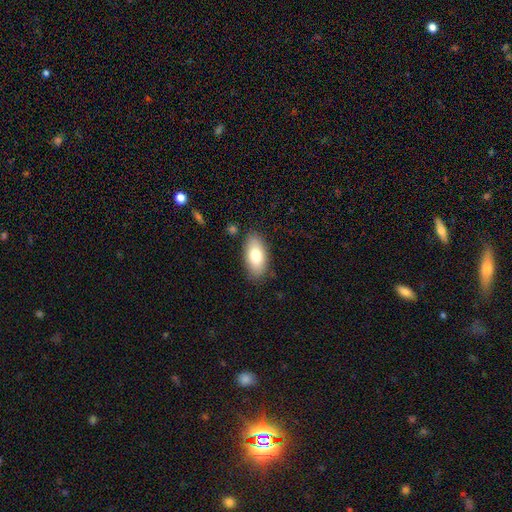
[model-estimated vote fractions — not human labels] Smooth or featured? Predicted: smooth (p=0.78). How rounded? Predicted: in between (p=0.91). Merging? Predicted: none (p=0.84).